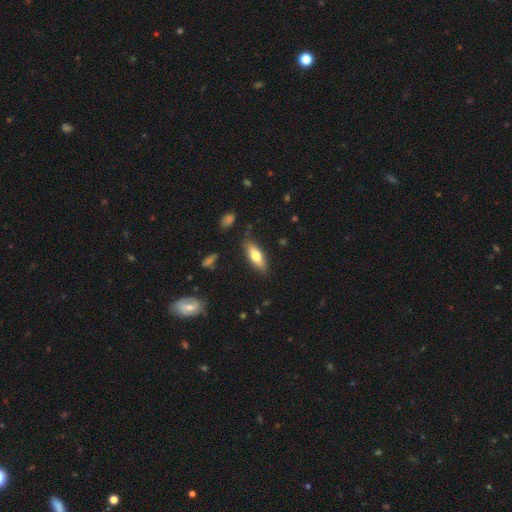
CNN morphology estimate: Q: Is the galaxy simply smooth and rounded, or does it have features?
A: smooth — 65%.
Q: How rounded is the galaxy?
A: in between — 58%.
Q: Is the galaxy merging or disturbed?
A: none — 83%.